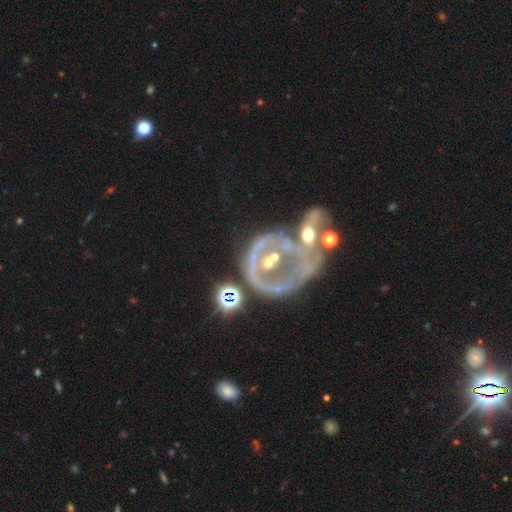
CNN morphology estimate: Smooth or featured?
  - featured or disk: 70% *
  - star or artifact: 16%
  - smooth: 14%
Edge-on disk?
  - no: 97% *
  - yes: 3%
Bar?
  - no: 76% *
  - weak: 15%
  - strong: 8%
Spiral arms?
  - no: 66% *
  - yes: 34%
Bulge size?
  - small: 38% *
  - none: 30%
  - moderate: 26%
  - large: 3%
  - dominant: 2%
Merging?
  - major disturbance: 35% *
  - merger: 32%
  - none: 21%
  - minor disturbance: 12%